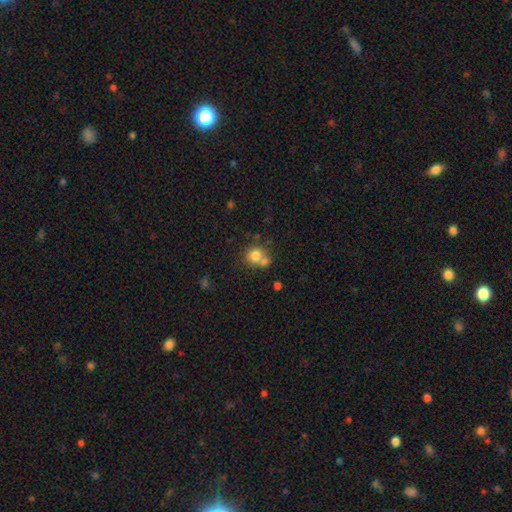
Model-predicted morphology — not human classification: smooth 77%, featured or disk 11%, star or artifact 11%. Down the decision tree: how rounded — round (82%); merging — none (48%).